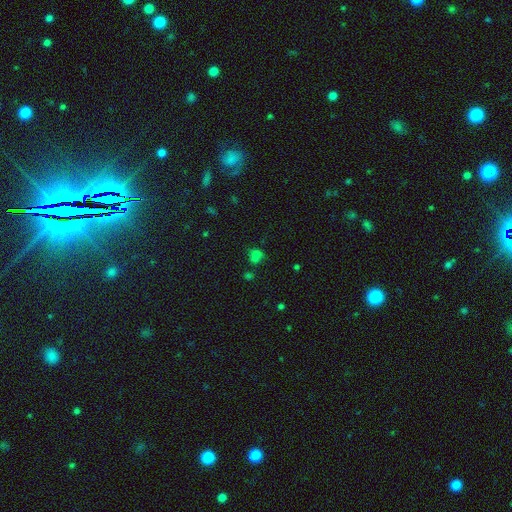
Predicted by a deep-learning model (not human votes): smooth-or-featured: smooth: 55% | star or artifact: 35% | featured or disk: 10%
  how-rounded: round: 54% | in between: 43% | cigar-shaped: 3%
  merging: none: 44% | merger: 33% | minor disturbance: 14% | major disturbance: 9%